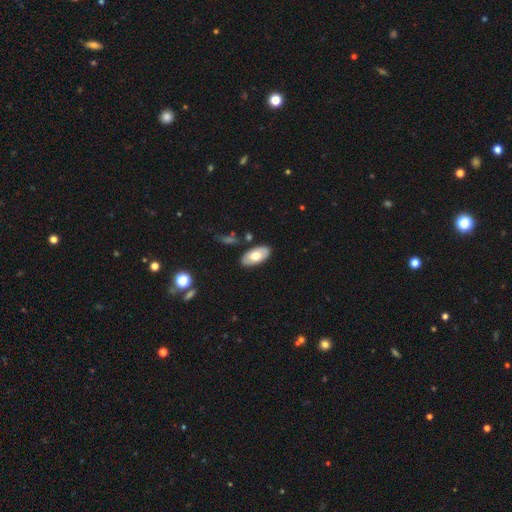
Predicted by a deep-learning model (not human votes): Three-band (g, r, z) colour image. It shows a smooth galaxy with no disk features (63%) that is in between round and cigar-shaped (94%). Merging: none (84%).